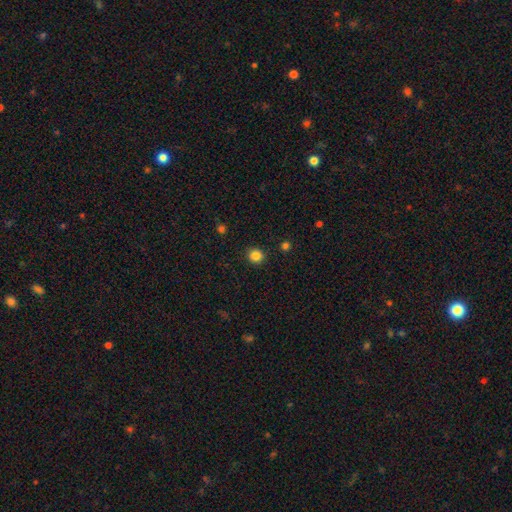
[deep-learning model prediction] smooth 84%, star or artifact 12%, featured or disk 4%. Down the decision tree: how rounded — round (90%); merging — none (91%).